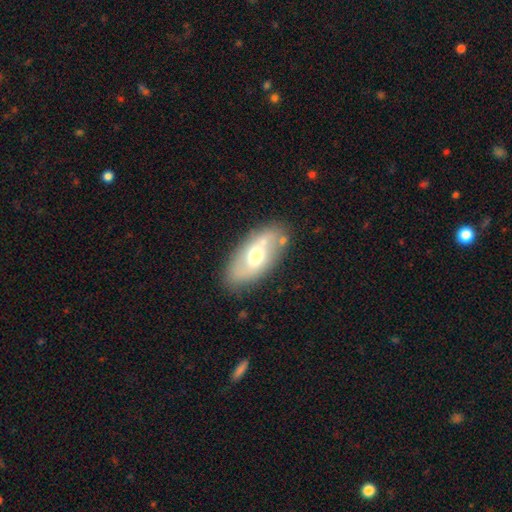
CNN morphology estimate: type=smooth (49%); merging=none (75%).